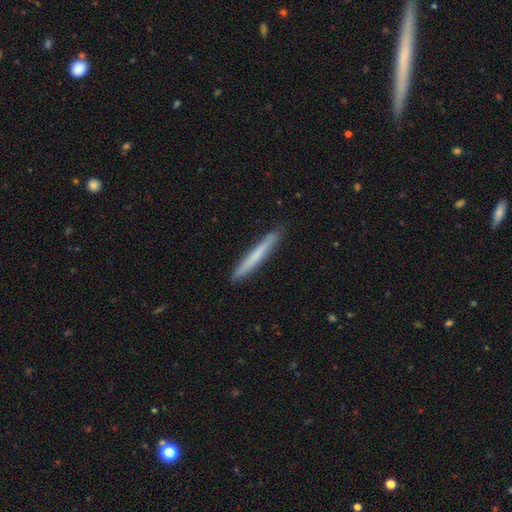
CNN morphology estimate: Overall: smooth (65%; featured or disk 30%). How rounded: cigar-shaped (97%). Merging: none (90%).